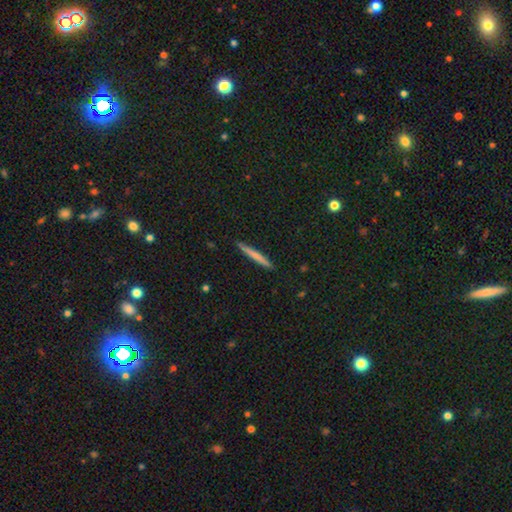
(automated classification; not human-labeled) Overall: smooth (65%; featured or disk 29%). How rounded: cigar-shaped (96%). Merging: none (92%).